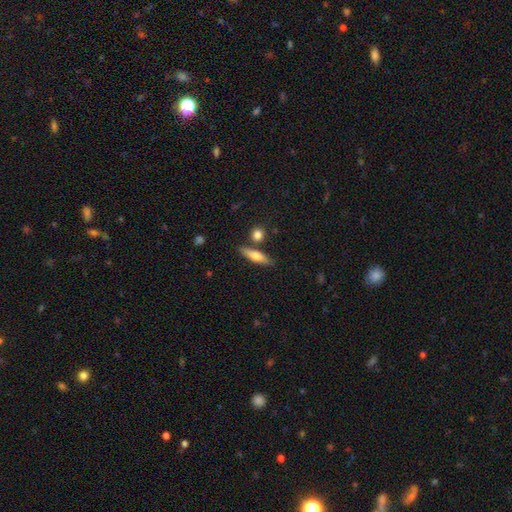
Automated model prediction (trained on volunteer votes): Smooth or featured: smooth — 58% (featured or disk — 35%)
How rounded: cigar-shaped — 70% (in between — 26%)
Merging: none — 78% (minor disturbance — 10%)